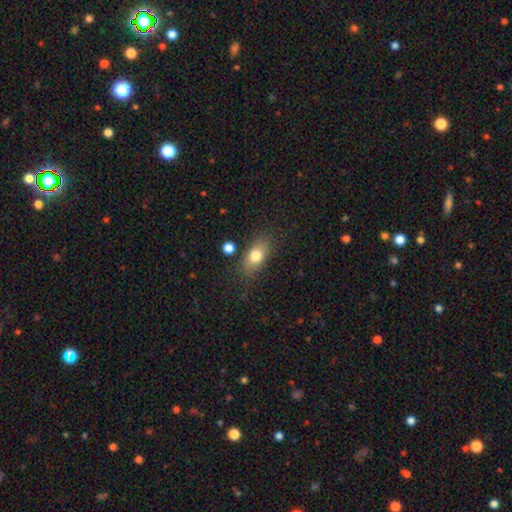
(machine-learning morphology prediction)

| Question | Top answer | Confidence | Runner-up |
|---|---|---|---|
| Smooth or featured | smooth | 77% | featured or disk (14%) |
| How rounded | in between | 79% | round (13%) |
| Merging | none | 77% | minor disturbance (15%) |